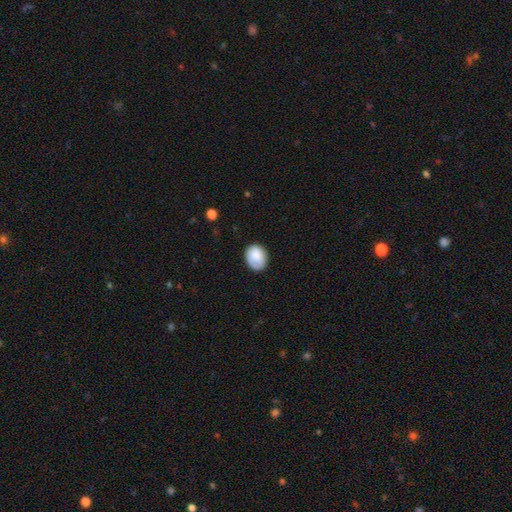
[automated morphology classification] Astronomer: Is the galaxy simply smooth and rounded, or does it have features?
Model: smooth — 86%.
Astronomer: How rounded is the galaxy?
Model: in between — 54% (runner-up: round, 45%).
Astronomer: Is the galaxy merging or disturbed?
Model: none — 77%.